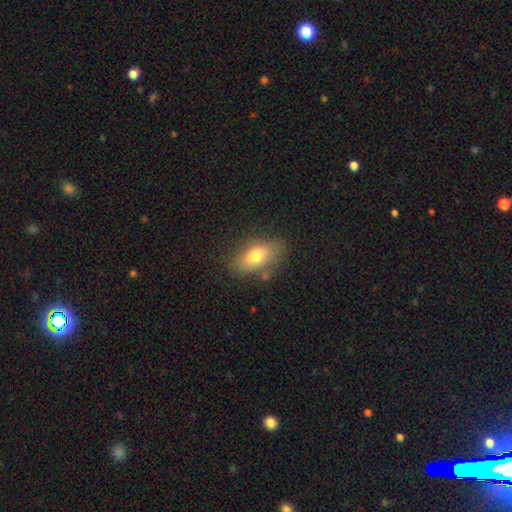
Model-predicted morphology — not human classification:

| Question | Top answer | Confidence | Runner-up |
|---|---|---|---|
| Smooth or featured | smooth | 73% | featured or disk (19%) |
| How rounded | in between | 83% | cigar-shaped (9%) |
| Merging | none | 77% | minor disturbance (15%) |